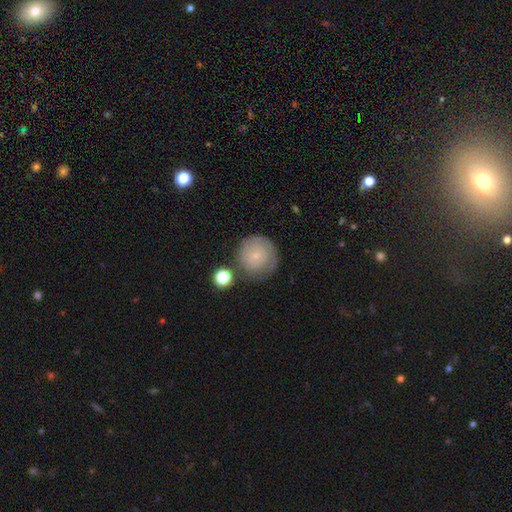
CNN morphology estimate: This appears to be a smooth galaxy with no disk features (63%) that is round (94%). Merging: none (68%).